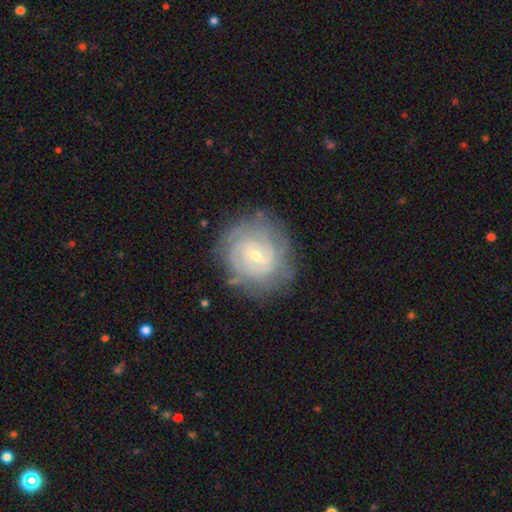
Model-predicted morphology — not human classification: The model was most divided on "spiral arm count": can't tell: 44%, 2: 25%, 3: 14%, 4: 8%, 1: 4%, more than 4: 4%. More confident: edge-on disk — no (97%); spiral arms — yes (89%); smooth or featured — featured or disk (78%); merging — none (76%); spiral winding — tight (74%); bulge size — small (66%); bar — weak (55%).